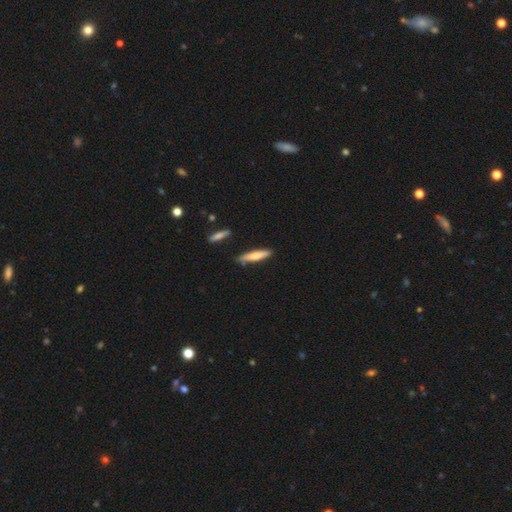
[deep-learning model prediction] This is likely a smooth galaxy (68%). How rounded: clearly cigar-shaped (85%). Merging: clearly none (81%).